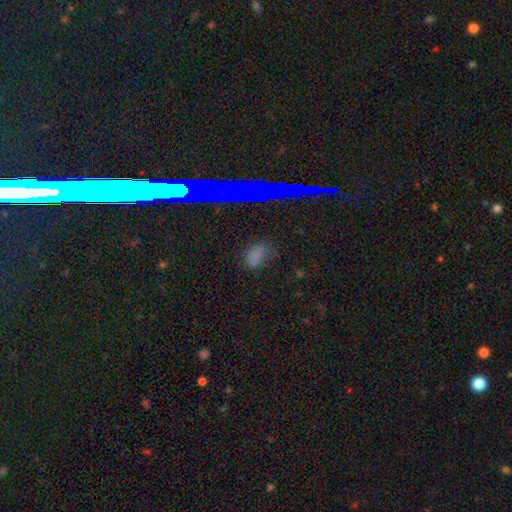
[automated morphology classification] type=smooth (67%); roundness=in between (79%); merging=none (68%).